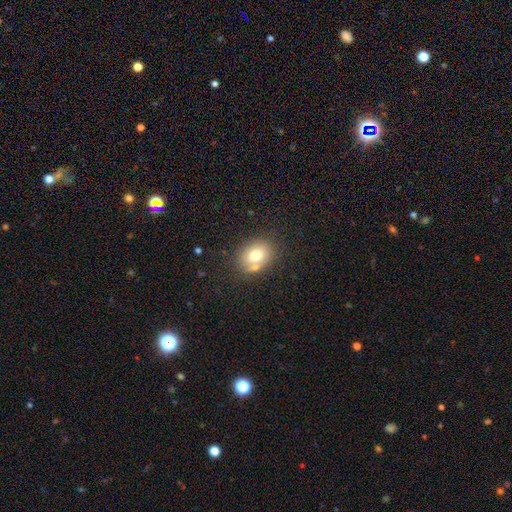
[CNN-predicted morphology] Smooth or featured? Predicted: smooth (p=0.74). How rounded? Predicted: in between (p=0.53). Merging? Predicted: none (p=0.64).